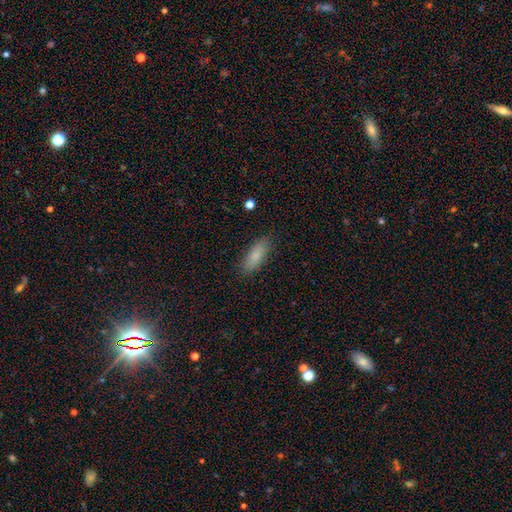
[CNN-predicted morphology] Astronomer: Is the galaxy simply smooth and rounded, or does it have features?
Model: smooth — 84%.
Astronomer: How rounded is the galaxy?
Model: in between — 66%.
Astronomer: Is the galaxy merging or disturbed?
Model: none — 85%.